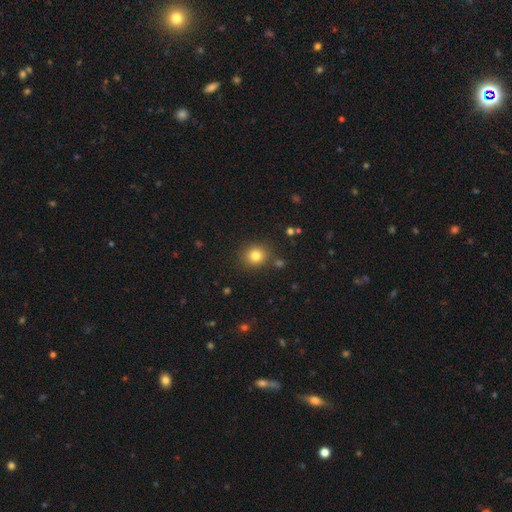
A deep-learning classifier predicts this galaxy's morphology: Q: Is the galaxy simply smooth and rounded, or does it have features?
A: smooth — 80%.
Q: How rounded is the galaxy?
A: round — 86%.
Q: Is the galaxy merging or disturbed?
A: none — 85%.